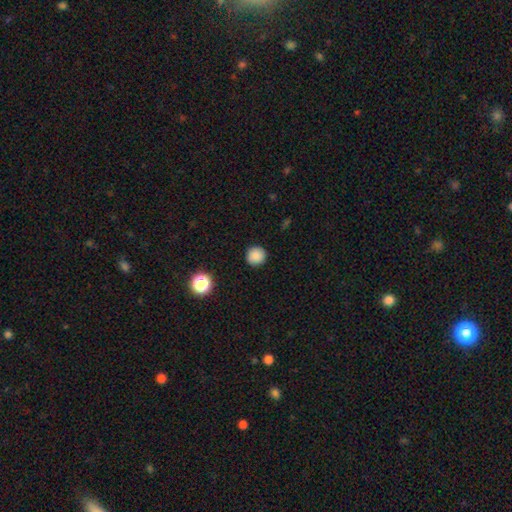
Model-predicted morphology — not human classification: This appears to be a smooth galaxy with no disk features (86%) that is round (94%). Merging: none (91%).